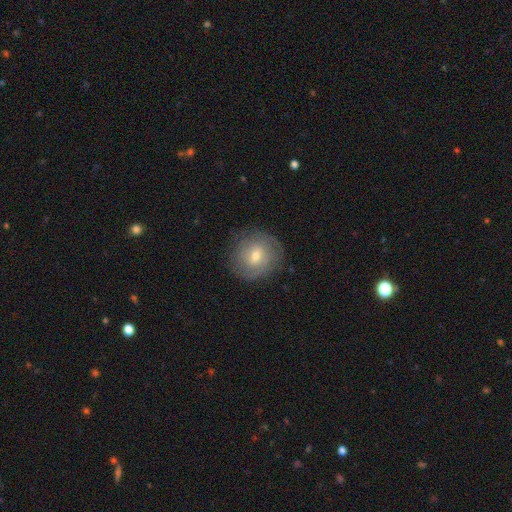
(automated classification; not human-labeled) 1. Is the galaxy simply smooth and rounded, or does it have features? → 46% featured or disk (tied), 46% smooth (tied), 8% star or artifact.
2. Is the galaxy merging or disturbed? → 82% none, 13% minor disturbance, 4% major disturbance, 1% merger.